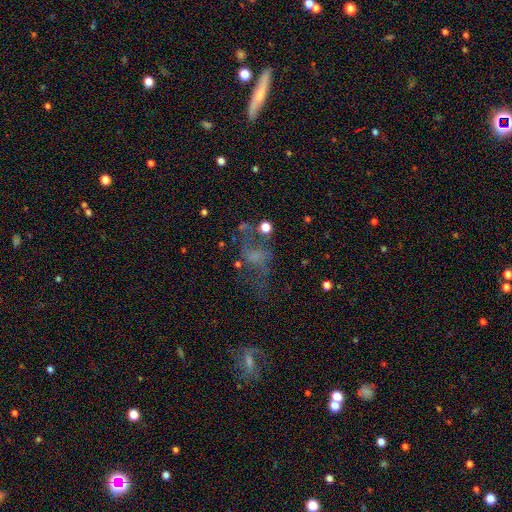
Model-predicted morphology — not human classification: A featured or disk galaxy (42%).

Vote fractions:
- Smooth or featured? featured or disk: 42% / star or artifact: 31% / smooth: 27%
- Merging? none: 40% / major disturbance: 34% / minor disturbance: 18% / merger: 9%